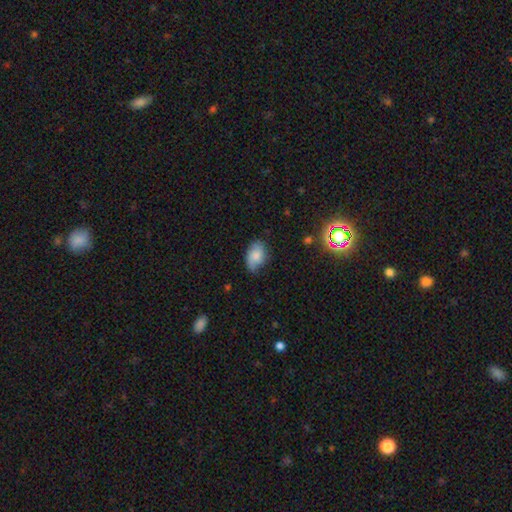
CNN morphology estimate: Smooth or featured: smooth — 76% (featured or disk — 16%)
How rounded: in between — 88% (round — 11%)
Merging: none — 60% (minor disturbance — 31%)